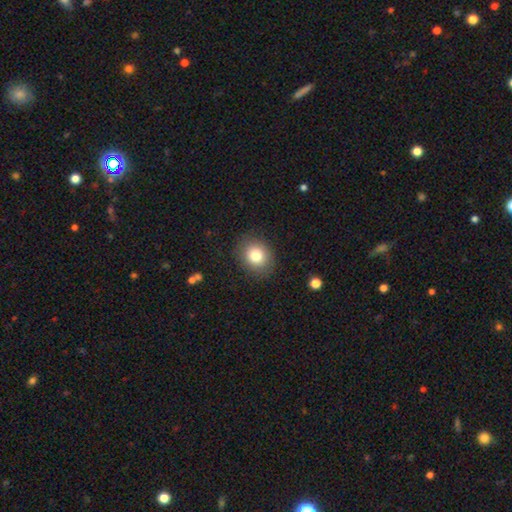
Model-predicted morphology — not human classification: Q: Smooth or featured?
A: smooth (80%); runner-up: star or artifact (10%)
Q: How rounded?
A: round (64%); runner-up: in between (35%)
Q: Merging?
A: none (86%); runner-up: minor disturbance (10%)